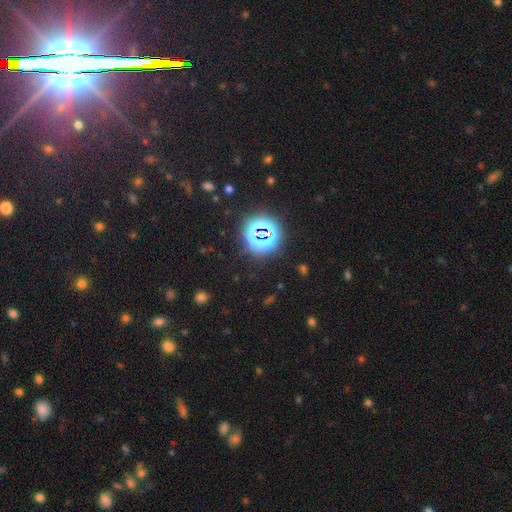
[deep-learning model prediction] Smooth or featured? star or artifact (77%)